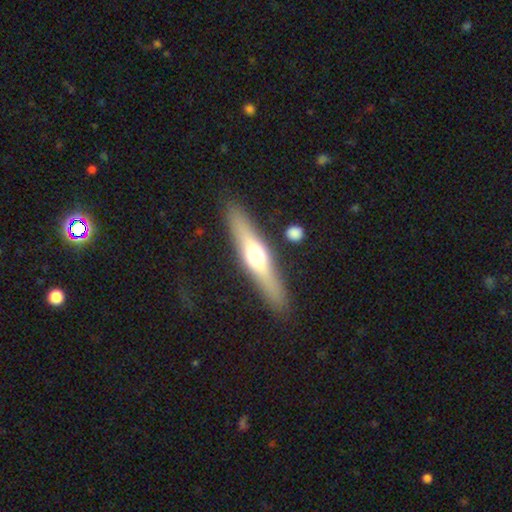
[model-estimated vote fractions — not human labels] Q: Smooth or featured?
A: featured or disk (53%); runner-up: smooth (41%)
Q: Edge-on disk?
A: yes (89%); runner-up: no (11%)
Q: Merging?
A: none (87%); runner-up: minor disturbance (8%)